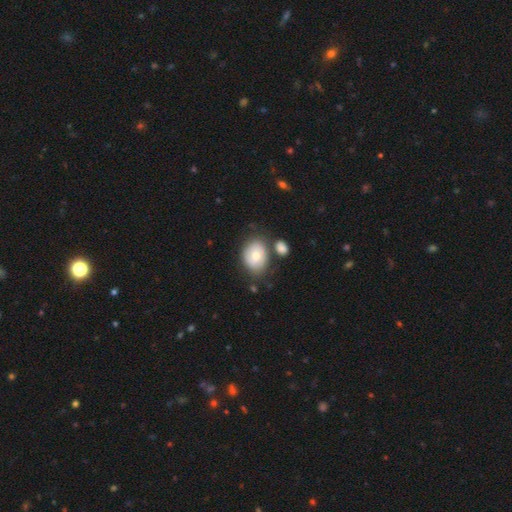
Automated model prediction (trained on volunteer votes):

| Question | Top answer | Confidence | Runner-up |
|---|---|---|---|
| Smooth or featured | smooth | 67% | featured or disk (26%) |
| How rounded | in between | 60% | round (40%) |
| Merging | none | 64% | minor disturbance (18%) |